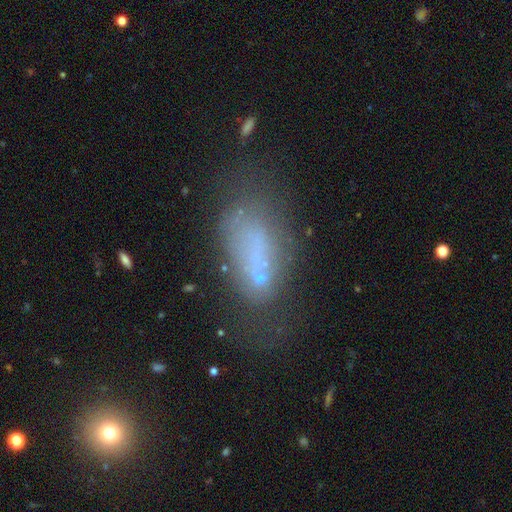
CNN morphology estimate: Smooth or featured? Predicted: smooth (p=0.52). How rounded? Predicted: in between (p=0.81). Merging? Predicted: none (p=0.37).